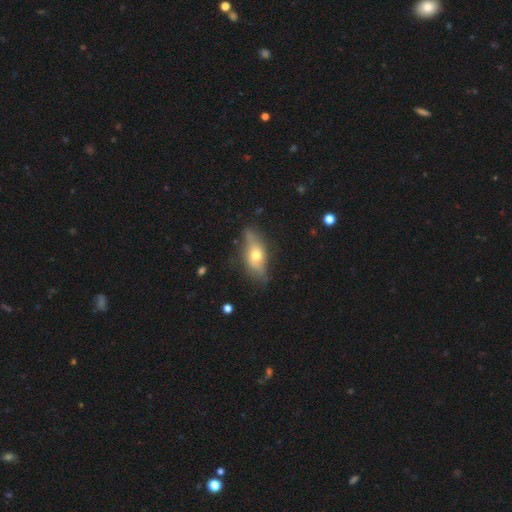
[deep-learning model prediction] Morphology: type=smooth (48%); merging=none (70%).